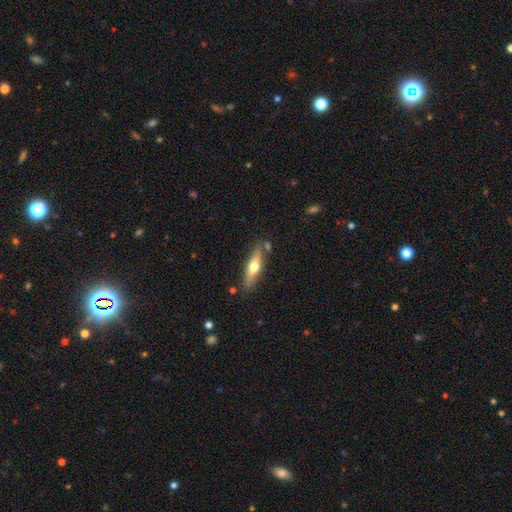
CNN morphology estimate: Smooth or featured?
  - featured or disk: 56% *
  - smooth: 38%
  - star or artifact: 6%
Edge-on disk?
  - yes: 89% *
  - no: 11%
Merging?
  - none: 82% *
  - minor disturbance: 11%
  - merger: 4%
  - major disturbance: 3%